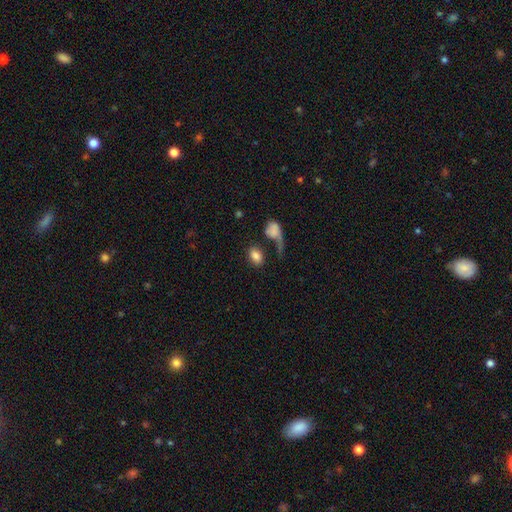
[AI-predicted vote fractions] Q: Smooth or featured?
A: smooth (81%); runner-up: featured or disk (10%)
Q: How rounded?
A: in between (84%); runner-up: round (15%)
Q: Merging?
A: none (53%); runner-up: merger (19%)